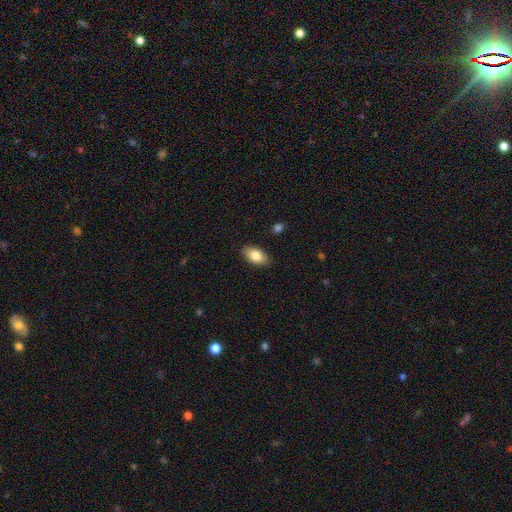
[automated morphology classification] Smooth or featured? Predicted: smooth (p=0.82). How rounded? Predicted: in between (p=0.92). Merging? Predicted: none (p=0.87).